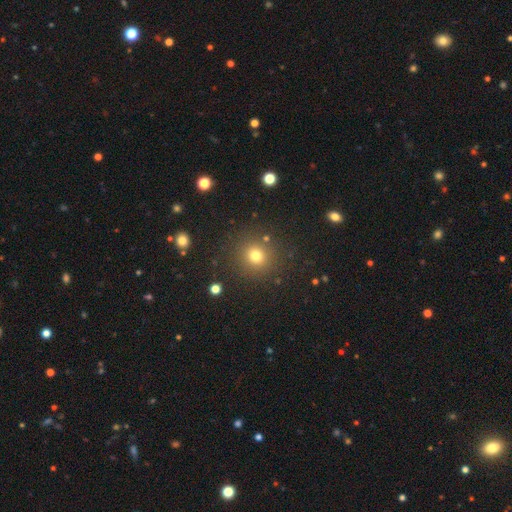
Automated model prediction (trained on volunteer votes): Smooth or featured? smooth (75%)
How rounded? round (91%)
Merging? none (87%)